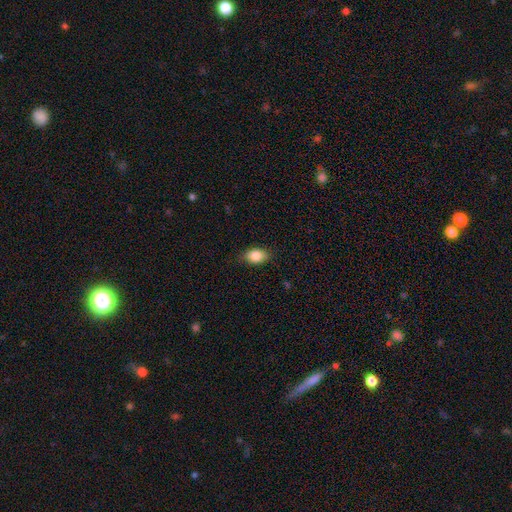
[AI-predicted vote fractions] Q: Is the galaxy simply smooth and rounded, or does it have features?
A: smooth — 85%.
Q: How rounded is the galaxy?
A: in between — 85%.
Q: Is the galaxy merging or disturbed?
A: none — 84%.